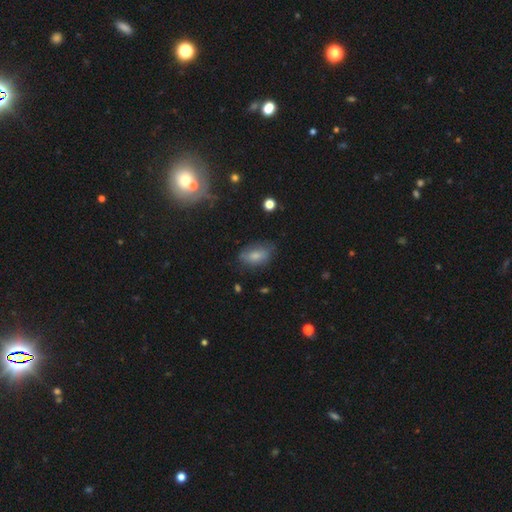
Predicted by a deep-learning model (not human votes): Smooth or featured?
  - smooth: 74% *
  - featured or disk: 18%
  - star or artifact: 9%
How rounded?
  - in between: 89% *
  - round: 8%
  - cigar-shaped: 3%
Merging?
  - none: 65% *
  - minor disturbance: 25%
  - major disturbance: 8%
  - merger: 2%